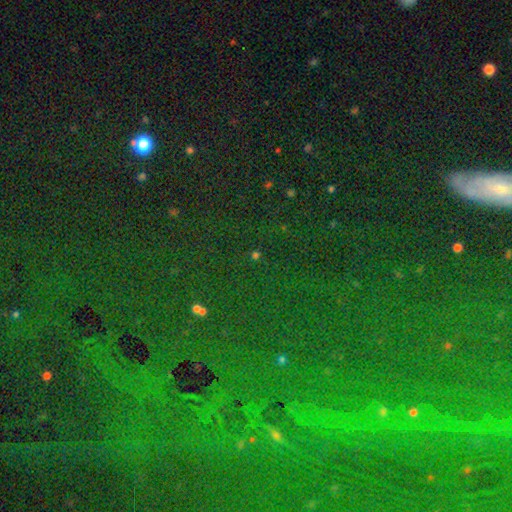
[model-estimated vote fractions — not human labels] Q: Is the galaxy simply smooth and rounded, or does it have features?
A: star or artifact — 68%.